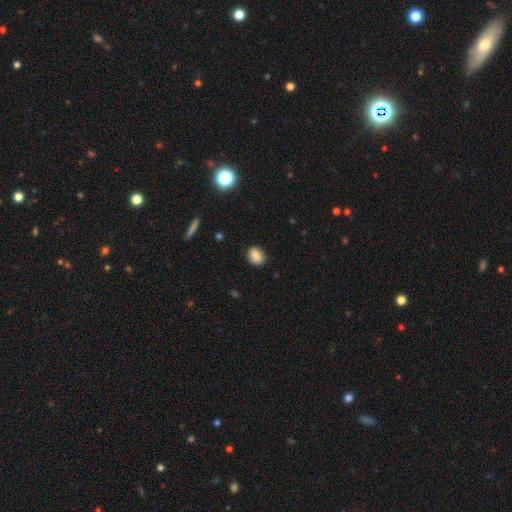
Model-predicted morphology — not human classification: The model was most divided on "how rounded": in between: 56%, round: 42%, cigar-shaped: 1%. More confident: merging — none (87%); smooth or featured — smooth (86%).